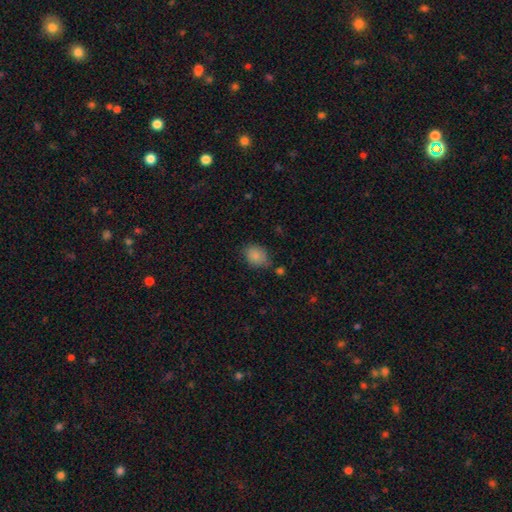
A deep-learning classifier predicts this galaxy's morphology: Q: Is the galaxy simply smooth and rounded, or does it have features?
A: smooth — 85%.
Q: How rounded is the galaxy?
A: in between — 52%.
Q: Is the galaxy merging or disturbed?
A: none — 70%.